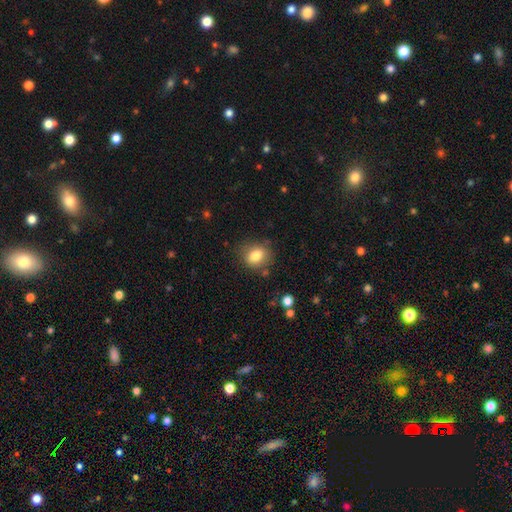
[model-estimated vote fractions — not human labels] The model was most divided on "how rounded": round: 59%, in between: 40%, cigar-shaped: 1%. More confident: smooth or featured — smooth (81%); merging — none (77%).